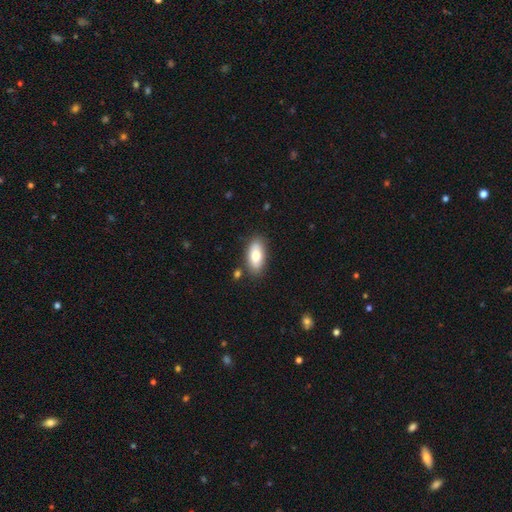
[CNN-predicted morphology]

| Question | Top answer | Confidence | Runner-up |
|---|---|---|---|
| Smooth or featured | smooth | 79% | featured or disk (15%) |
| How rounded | in between | 89% | cigar-shaped (8%) |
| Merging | none | 83% | minor disturbance (11%) |